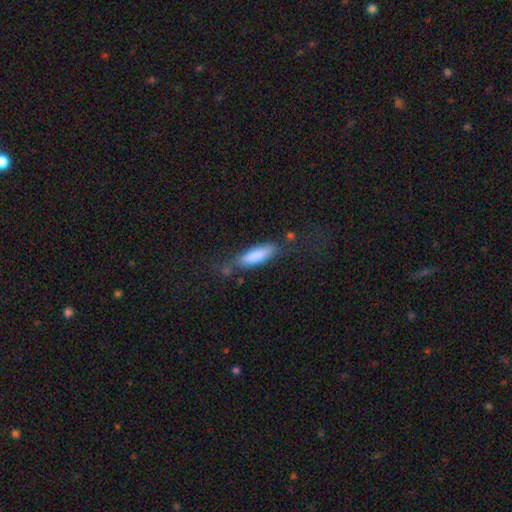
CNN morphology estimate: A smooth galaxy with no disk features (84%) that is cigar-shaped (50%).

Vote fractions:
- Smooth or featured? smooth: 84% / featured or disk: 10% / star or artifact: 6%
- How rounded? cigar-shaped: 50% / in between: 49% / round: 2%
- Merging? none: 65% / minor disturbance: 21% / major disturbance: 9% / merger: 5%